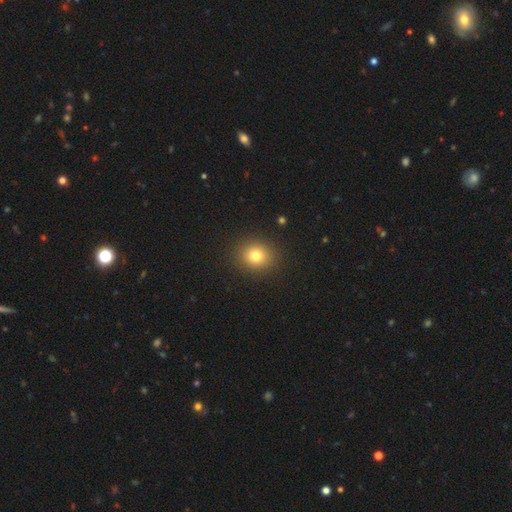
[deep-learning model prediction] This is likely a smooth galaxy (79%). How rounded: likely round (76%). Merging: clearly none (90%).